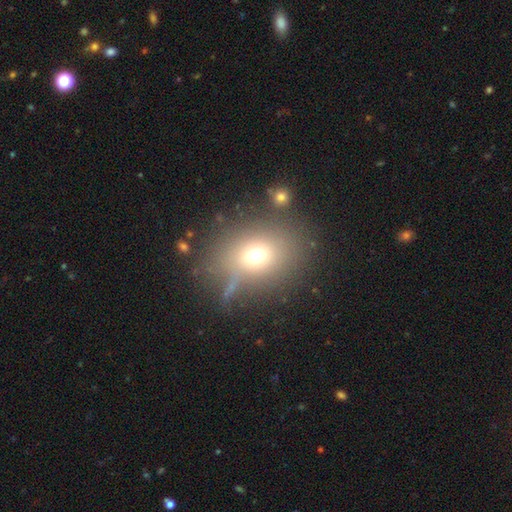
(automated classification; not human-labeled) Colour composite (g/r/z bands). It shows a smooth galaxy with no disk features (66%) that is in between round and cigar-shaped (50%). Merging: none (72%).